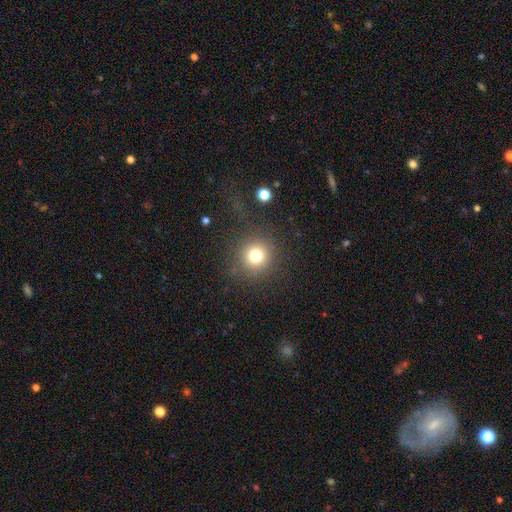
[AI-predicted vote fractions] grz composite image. It shows a smooth galaxy with no disk features (77%) that is round (94%). Merging: none (84%).